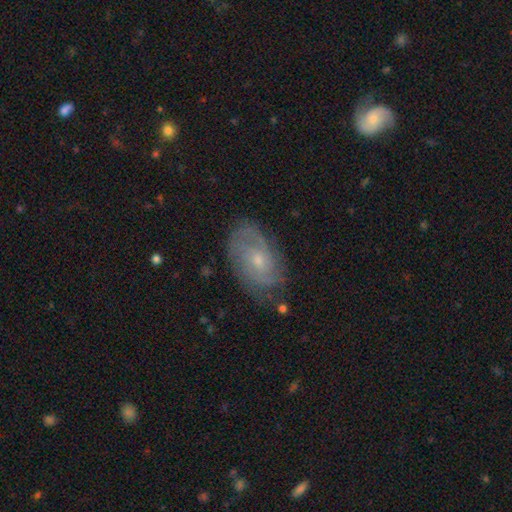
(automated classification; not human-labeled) smooth-or-featured: featured or disk: 66% | smooth: 22% | star or artifact: 12%
  disk-edge-on: no: 95% | yes: 5%
    bar: no: 73% | weak: 23% | strong: 4%
    has-spiral-arms: yes: 86% | no: 14%
      spiral-winding: tight: 58% | medium: 32% | loose: 10%
      spiral-arm-count: can't tell: 43% | 2: 35% | 3: 10% | 1: 5% | 4: 4% | more than 4: 4%
    bulge-size: small: 60% | moderate: 36% | none: 2% | large: 2% | dominant: 1%
  merging: none: 78% | minor disturbance: 16% | major disturbance: 5% | merger: 1%